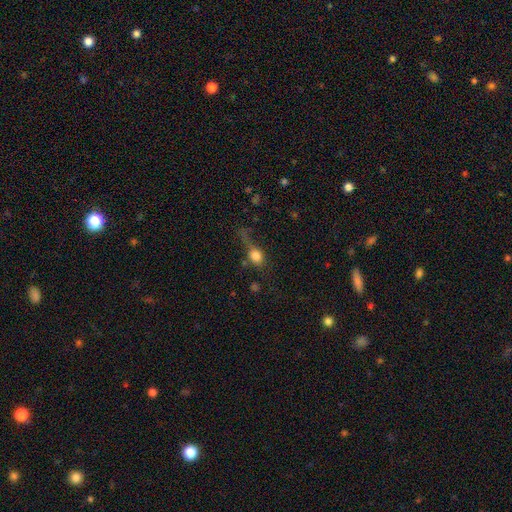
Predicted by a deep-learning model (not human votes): The model was most divided on "merging": major disturbance: 35%, none: 34%, minor disturbance: 23%, merger: 8%. More confident: smooth or featured — smooth (74%); how rounded — round (54%).